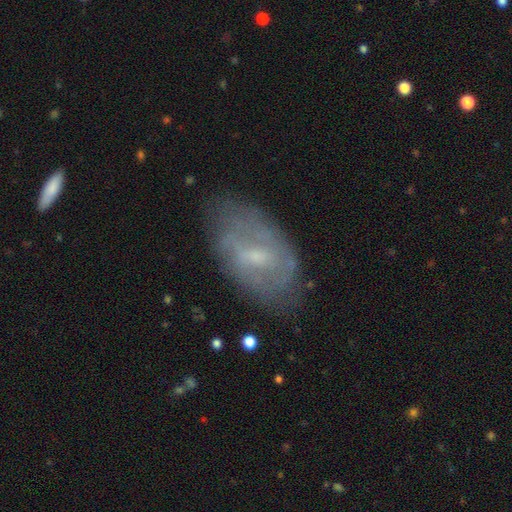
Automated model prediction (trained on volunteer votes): smooth-or-featured: featured or disk: 60% | smooth: 33% | star or artifact: 8%
  disk-edge-on: no: 93% | yes: 7%
    bar: weak: 55% | no: 31% | strong: 14%
    has-spiral-arms: yes: 53% | no: 47%
    bulge-size: small: 53% | moderate: 33% | none: 12% | large: 2% | dominant: 1%
  merging: none: 66% | minor disturbance: 23% | major disturbance: 9% | merger: 2%